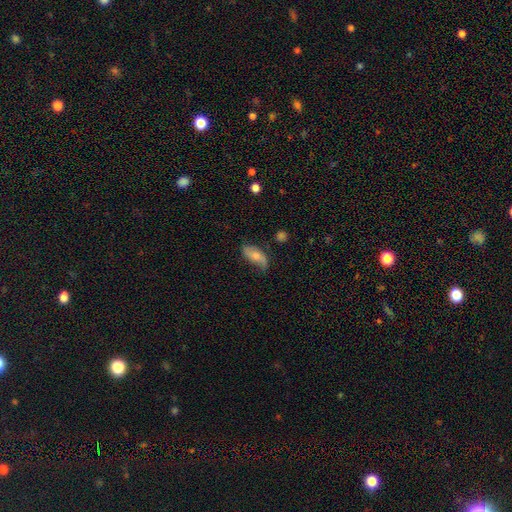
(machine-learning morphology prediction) This is possibly a smooth galaxy (50%). How rounded: clearly in between (86%). Merging: possibly none (60%).